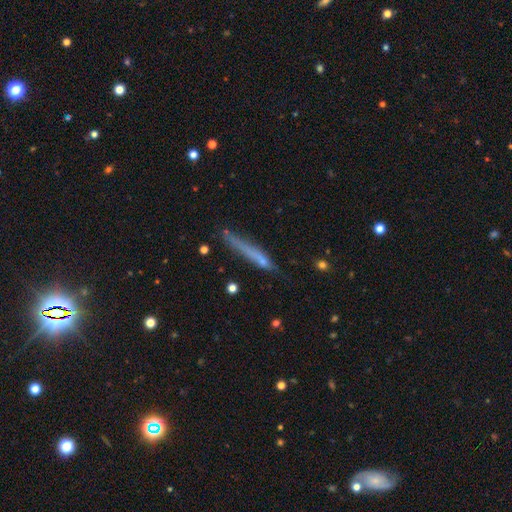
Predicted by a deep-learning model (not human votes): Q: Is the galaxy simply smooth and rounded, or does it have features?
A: smooth — 59%.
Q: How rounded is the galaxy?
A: cigar-shaped — 95%.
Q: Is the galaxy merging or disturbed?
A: none — 68%.